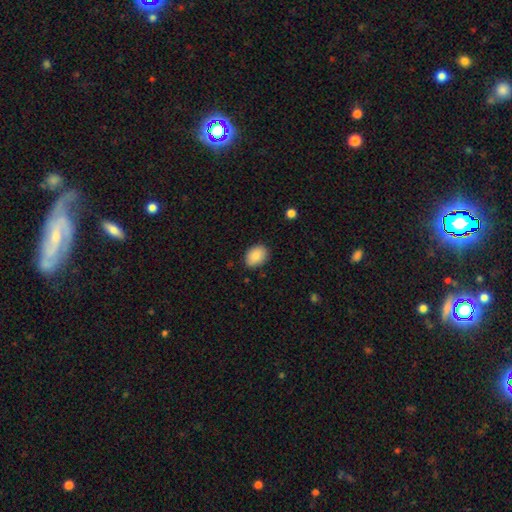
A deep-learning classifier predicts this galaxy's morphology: Overall: smooth (88%). How rounded: in between (77%). Merging: none (85%).